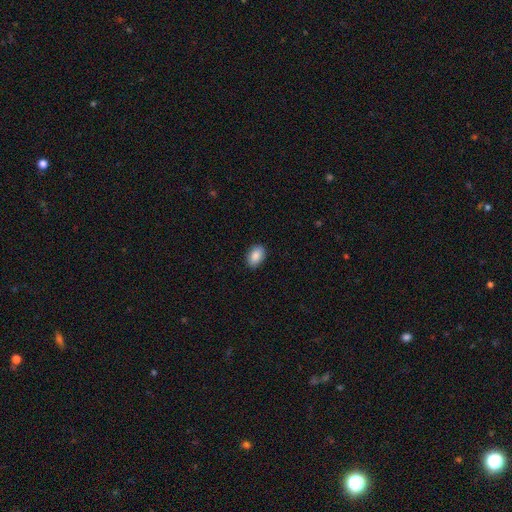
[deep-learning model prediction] A smooth galaxy with no disk features (88%) that is in between round and cigar-shaped (89%).

Vote fractions:
- Smooth or featured? smooth: 88% / star or artifact: 7% / featured or disk: 5%
- How rounded? in between: 89% / round: 10% / cigar-shaped: 1%
- Merging? none: 88% / minor disturbance: 9% / major disturbance: 2% / merger: 1%